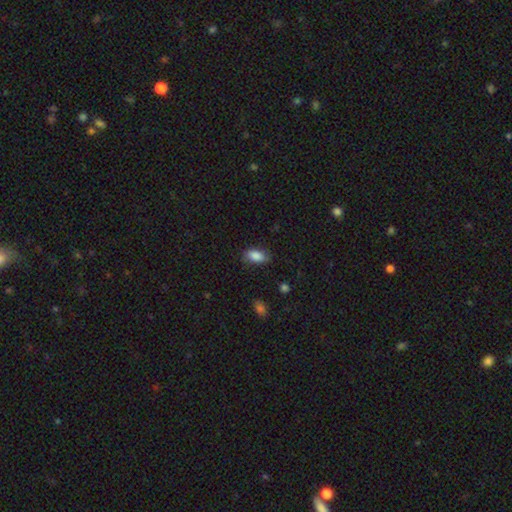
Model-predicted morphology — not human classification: Smooth or featured? smooth (87%)
How rounded? in between (91%)
Merging? none (80%)